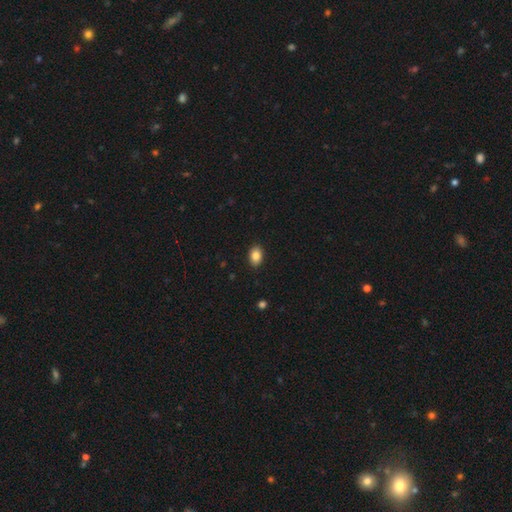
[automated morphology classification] type=smooth (86%); roundness=in between (81%); merging=none (90%).